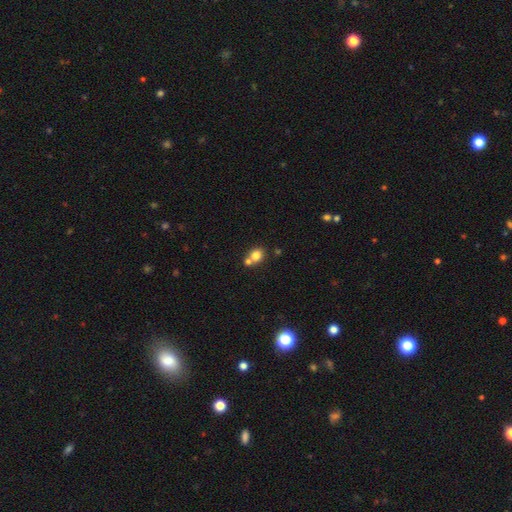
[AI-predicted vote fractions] A smooth galaxy with no disk features (80%) that is round (71%). Merging: none (49%).